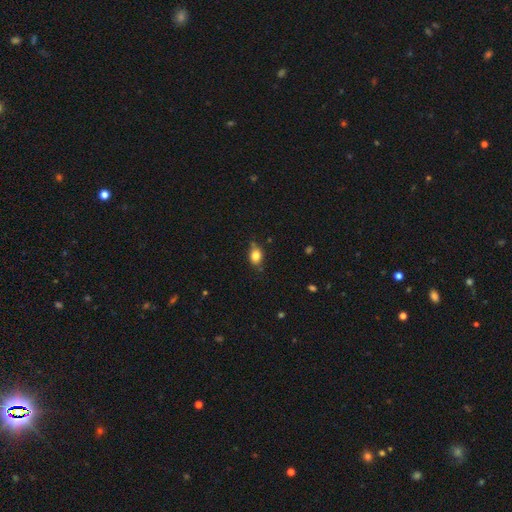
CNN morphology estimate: Smooth or featured: smooth — 81% (star or artifact — 10%)
How rounded: in between — 65% (round — 34%)
Merging: none — 72% (minor disturbance — 21%)